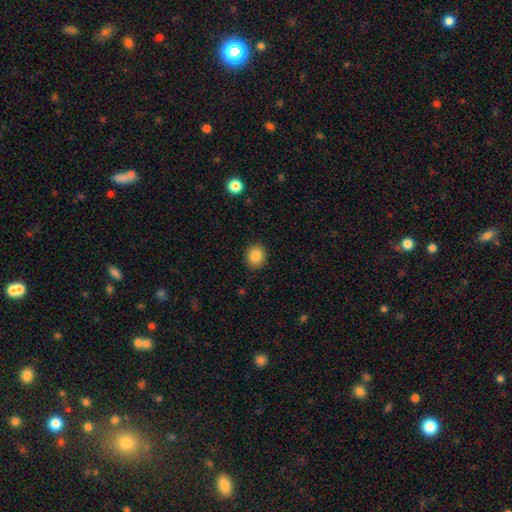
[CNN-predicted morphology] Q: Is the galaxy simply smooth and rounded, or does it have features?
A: smooth — 84%.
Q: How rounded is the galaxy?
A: round — 82%.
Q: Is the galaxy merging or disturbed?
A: none — 91%.